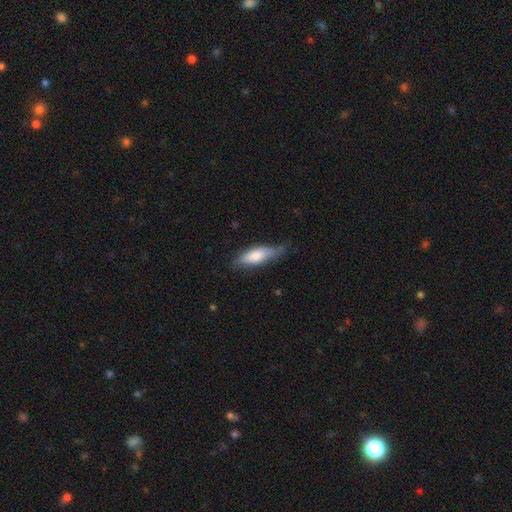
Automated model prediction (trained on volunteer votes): Q: Smooth or featured?
A: smooth (71%); runner-up: featured or disk (23%)
Q: How rounded?
A: in between (53%); runner-up: cigar-shaped (45%)
Q: Merging?
A: none (63%); runner-up: minor disturbance (30%)